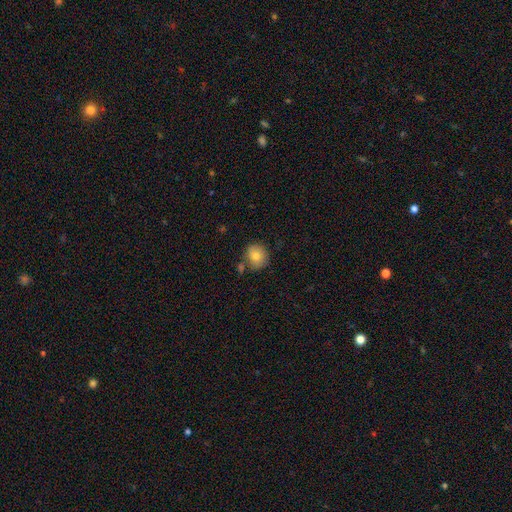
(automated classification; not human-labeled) A smooth galaxy with no disk features (80%) that is round (84%). Merging: none (71%).